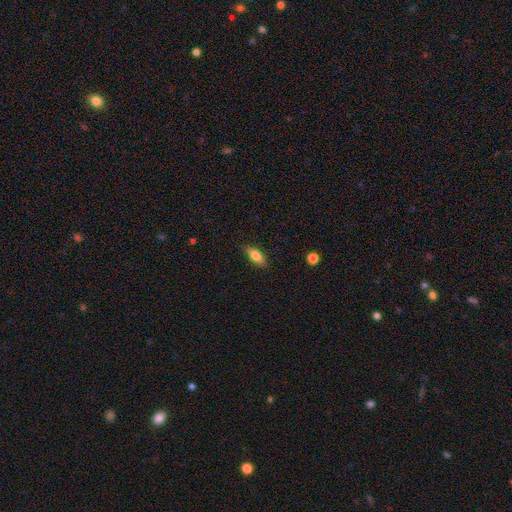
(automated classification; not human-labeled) Smooth or featured: smooth — 81% (featured or disk — 12%)
How rounded: in between — 80% (cigar-shaped — 16%)
Merging: none — 84% (minor disturbance — 13%)